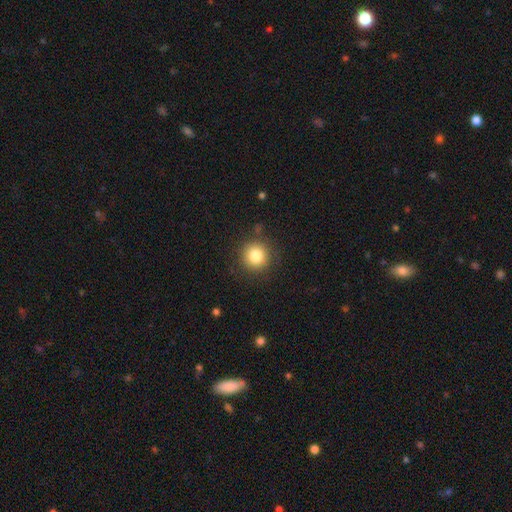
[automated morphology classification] smooth 82%, star or artifact 11%, featured or disk 7%. Down the decision tree: how rounded — round (94%); merging — none (87%).